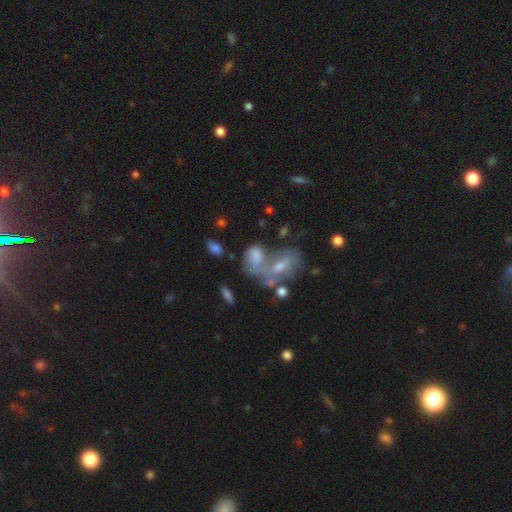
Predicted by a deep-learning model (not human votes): smooth_or_featured: smooth (p=0.57) [alt: featured or disk p=0.30]
how_rounded: in between (p=0.77) [alt: round p=0.21]
merging: merger (p=0.48) [alt: none p=0.21]